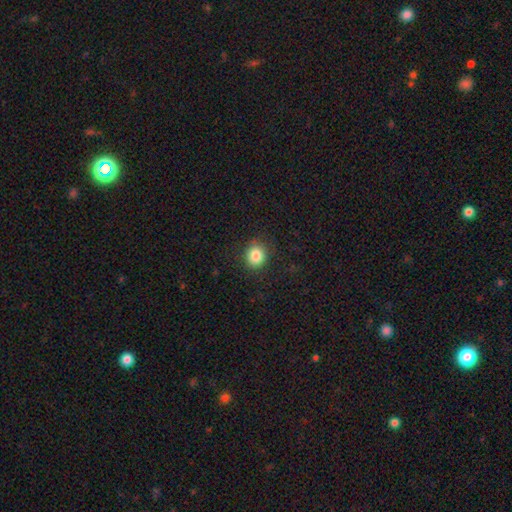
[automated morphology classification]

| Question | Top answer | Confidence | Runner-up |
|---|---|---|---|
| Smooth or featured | smooth | 85% | star or artifact (10%) |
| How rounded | round | 75% | in between (24%) |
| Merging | none | 86% | minor disturbance (10%) |